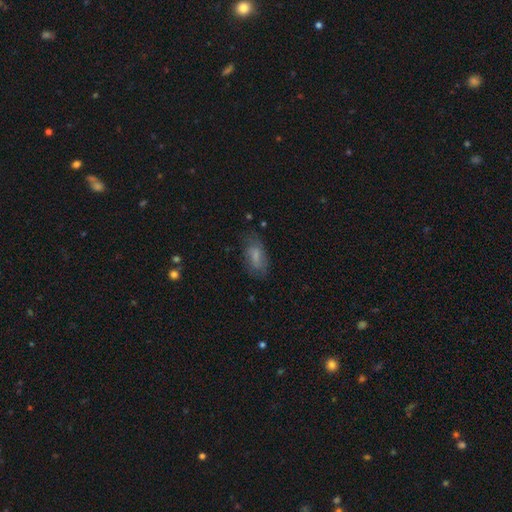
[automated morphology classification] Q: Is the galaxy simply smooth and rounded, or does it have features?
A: smooth — 67%.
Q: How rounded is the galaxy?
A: in between — 86%.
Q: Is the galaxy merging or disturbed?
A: none — 67%.